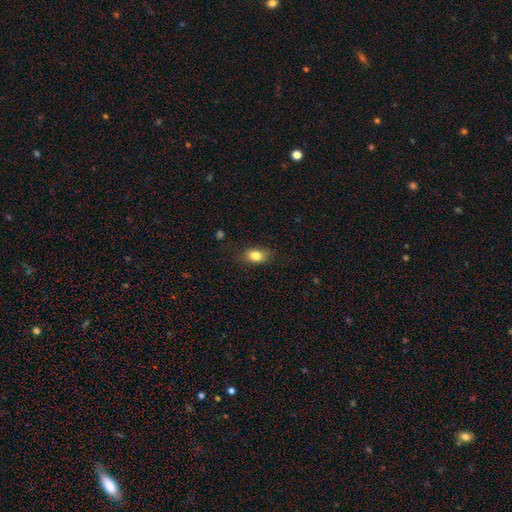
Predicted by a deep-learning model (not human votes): A smooth galaxy with no disk features (82%) that is in between round and cigar-shaped (78%).

Vote fractions:
- Smooth or featured? smooth: 82% / star or artifact: 9% / featured or disk: 9%
- How rounded? in between: 78% / round: 19% / cigar-shaped: 3%
- Merging? none: 80% / minor disturbance: 15% / major disturbance: 4% / merger: 1%